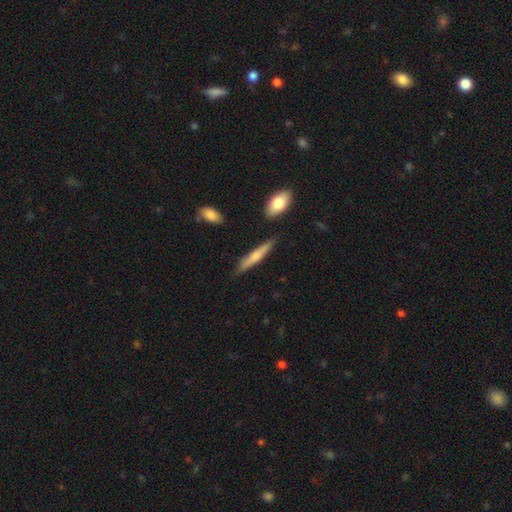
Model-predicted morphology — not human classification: Smooth or featured? smooth (54%)
How rounded? cigar-shaped (88%)
Merging? none (82%)